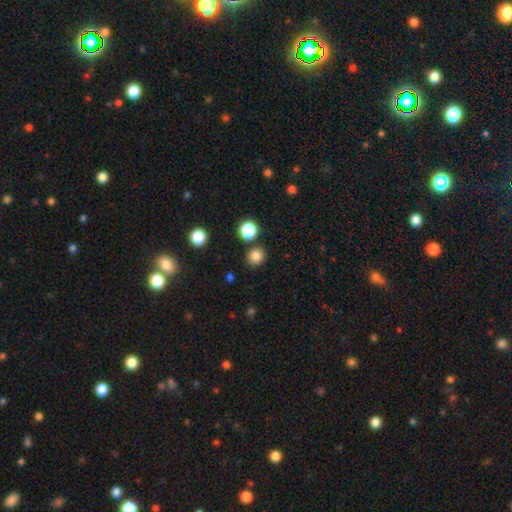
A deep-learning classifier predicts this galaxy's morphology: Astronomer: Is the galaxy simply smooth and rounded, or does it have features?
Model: smooth — 83%.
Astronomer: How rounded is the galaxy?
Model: round — 85%.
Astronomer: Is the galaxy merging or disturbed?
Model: none — 84%.